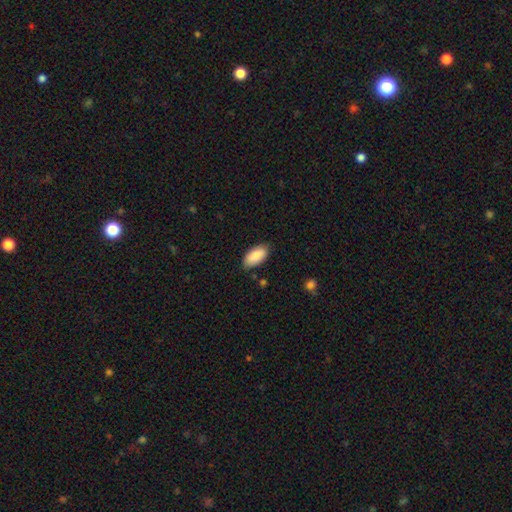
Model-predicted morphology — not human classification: Q: Smooth or featured?
A: smooth (89%); runner-up: star or artifact (6%)
Q: How rounded?
A: in between (93%); runner-up: cigar-shaped (5%)
Q: Merging?
A: none (80%); runner-up: minor disturbance (16%)